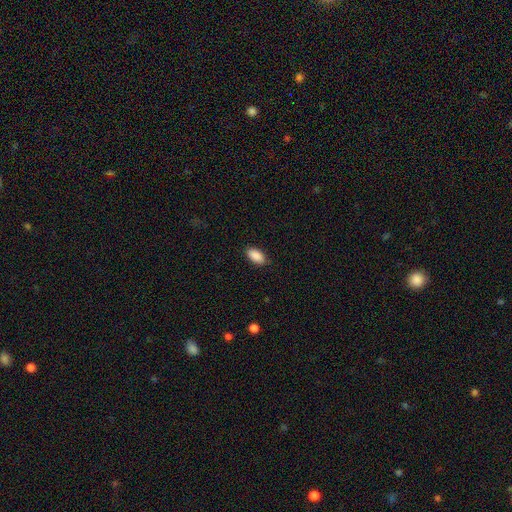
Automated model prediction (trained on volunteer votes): A smooth galaxy with no disk features (90%) that is in between round and cigar-shaped (94%).

Vote fractions:
- Smooth or featured? smooth: 90% / star or artifact: 7% / featured or disk: 3%
- How rounded? in between: 94% / cigar-shaped: 3% / round: 3%
- Merging? none: 87% / minor disturbance: 10% / major disturbance: 2% / merger: 1%